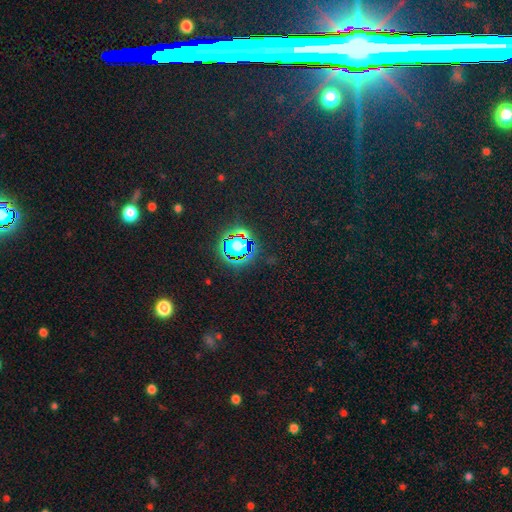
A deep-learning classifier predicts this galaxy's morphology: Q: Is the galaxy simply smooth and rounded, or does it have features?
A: star or artifact — 78%.